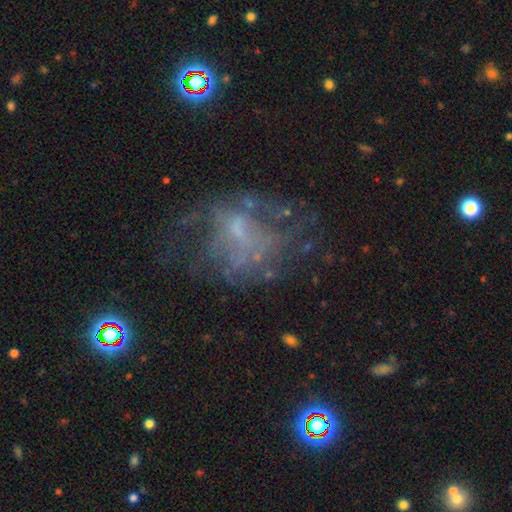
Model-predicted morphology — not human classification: Smooth or featured? Predicted: featured or disk (p=0.52). Edge-on disk? Predicted: no (p=0.97). Bar? Predicted: no (p=0.79). Spiral arms? Predicted: no (p=0.75). Bulge size? Predicted: none (p=0.50). Merging? Predicted: none (p=0.46).